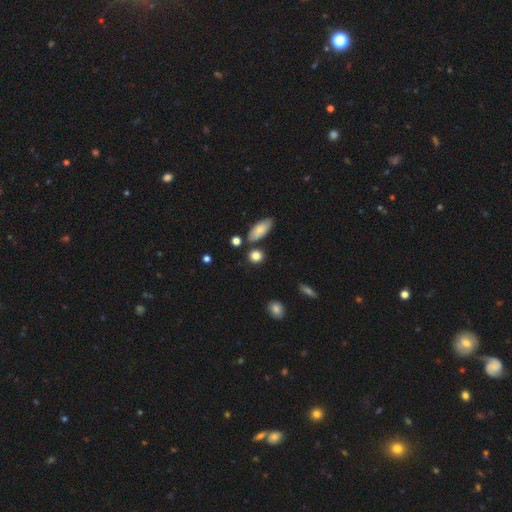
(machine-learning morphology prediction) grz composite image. It shows a smooth galaxy with no disk features (84%) that is round (67%). Merging: none (78%).